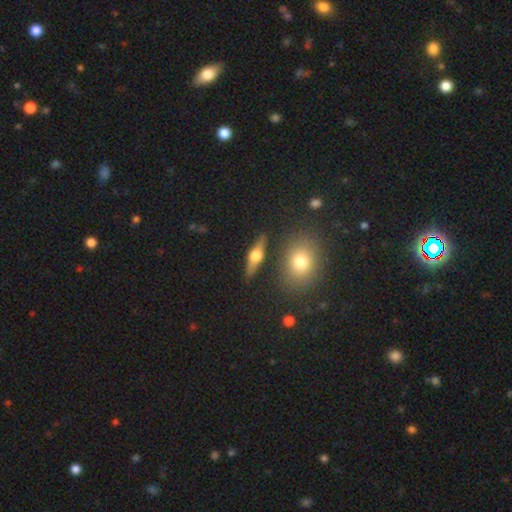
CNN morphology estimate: This appears to be a featured or disk galaxy (71%) viewed edge-on (93%) with a rounded central bulge (95%). Merging: none (85%).